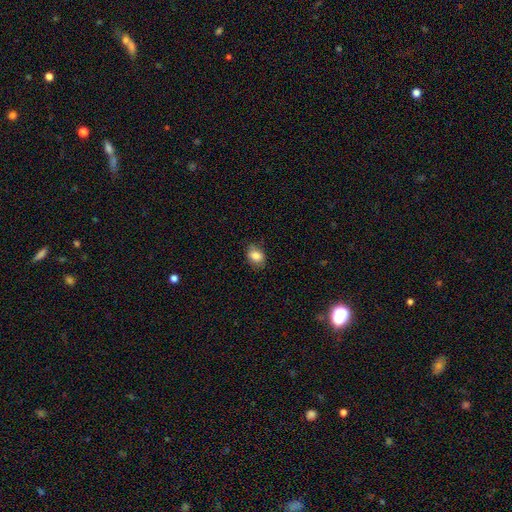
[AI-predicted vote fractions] Overall: smooth (84%). How rounded: in between (70%). Merging: none (80%).